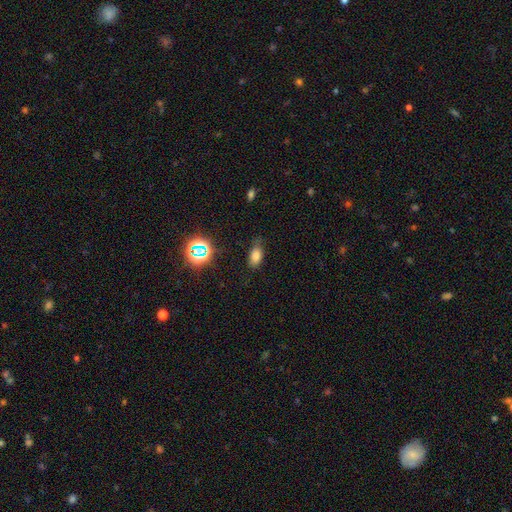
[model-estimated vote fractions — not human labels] The model was most divided on "merging": none: 68%, minor disturbance: 24%, major disturbance: 7%, merger: 2%. More confident: how rounded — in between (87%); smooth or featured — smooth (76%).